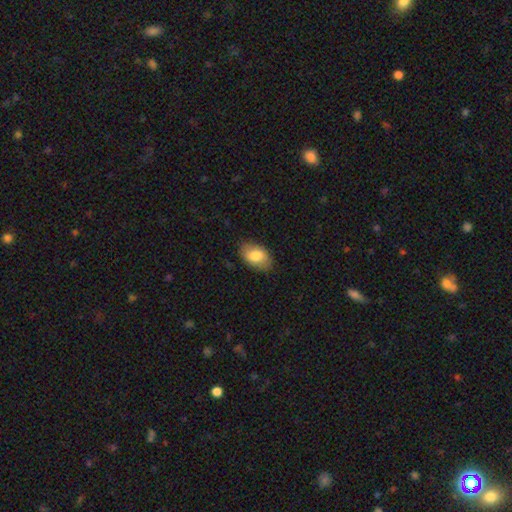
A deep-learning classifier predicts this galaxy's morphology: A smooth galaxy with no disk features (78%) that is in between round and cigar-shaped (90%).

Vote fractions:
- Smooth or featured? smooth: 78% / featured or disk: 16% / star or artifact: 6%
- How rounded? in between: 90% / round: 8% / cigar-shaped: 1%
- Merging? none: 83% / minor disturbance: 13% / major disturbance: 3% / merger: 1%